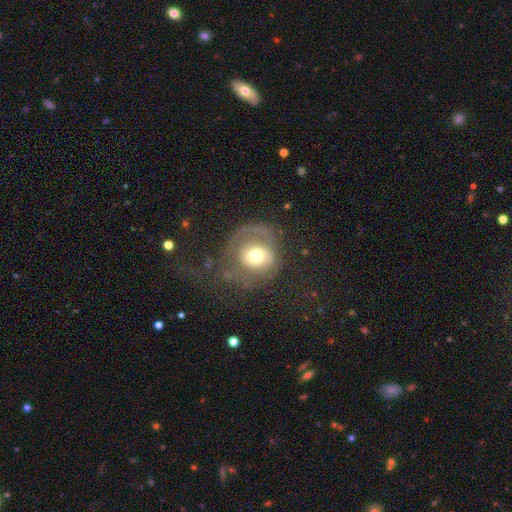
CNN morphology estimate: This appears to be a smooth galaxy with no disk features (48%). Merging: major disturbance (39%, tied with none).